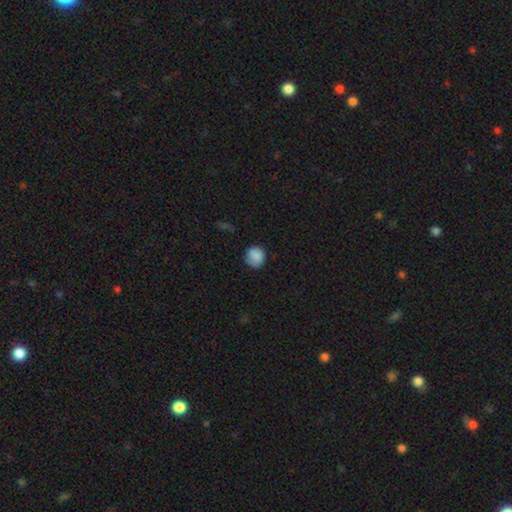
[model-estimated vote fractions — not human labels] This is clearly a smooth galaxy (86%). How rounded: clearly round (85%). Merging: likely none (74%).